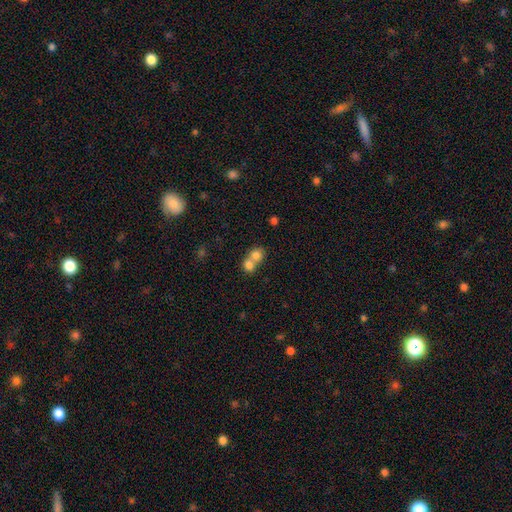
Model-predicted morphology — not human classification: This is likely a smooth galaxy (77%). How rounded: likely round (78%). Merging: likely merger (67%).